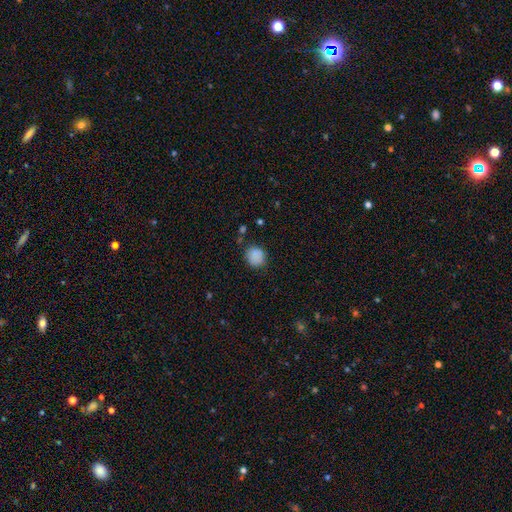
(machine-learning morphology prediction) Smooth or featured? smooth (88%)
How rounded? round (81%)
Merging? none (80%)